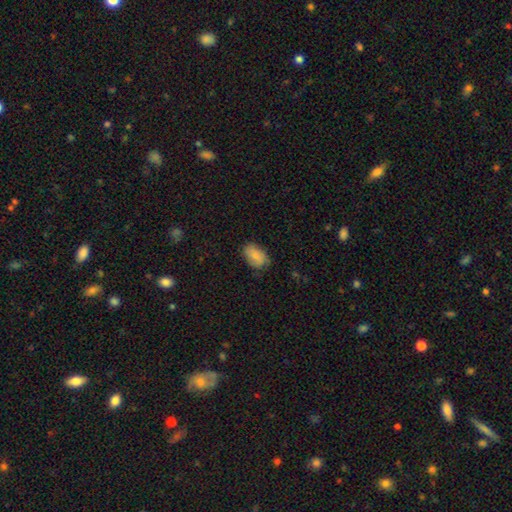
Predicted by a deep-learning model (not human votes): Q: Smooth or featured?
A: smooth (82%); runner-up: featured or disk (11%)
Q: How rounded?
A: in between (90%); runner-up: round (8%)
Q: Merging?
A: none (68%); runner-up: minor disturbance (25%)